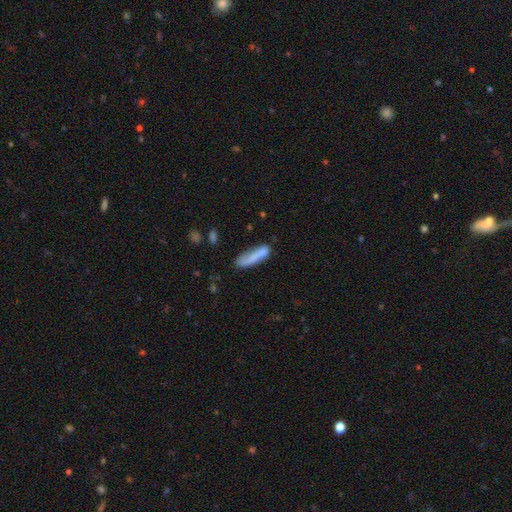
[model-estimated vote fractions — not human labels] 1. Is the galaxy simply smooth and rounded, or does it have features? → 71% smooth, 22% featured or disk, 7% star or artifact.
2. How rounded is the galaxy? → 72% cigar-shaped, 27% in between, 2% round.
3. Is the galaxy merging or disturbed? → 57% none, 26% minor disturbance, 10% major disturbance, 7% merger.